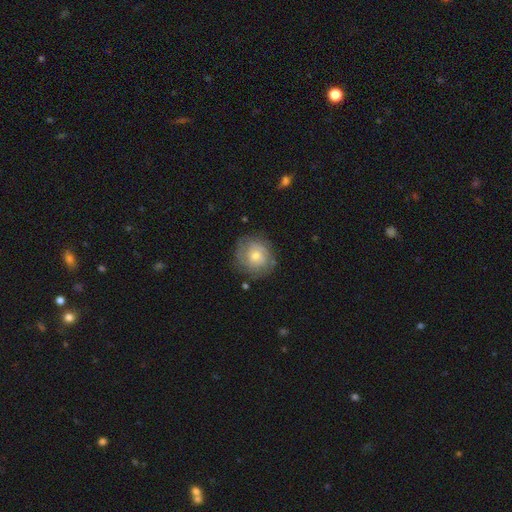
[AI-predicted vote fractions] smooth-or-featured: featured or disk: 53% | smooth: 38% | star or artifact: 8%
  disk-edge-on: no: 97% | yes: 3%
    bar: no: 77% | weak: 20% | strong: 3%
    has-spiral-arms: yes: 78% | no: 22%
    bulge-size: moderate: 54% | small: 38% | large: 5% | none: 2% | dominant: 1%
  merging: none: 78% | minor disturbance: 15% | major disturbance: 5% | merger: 1%